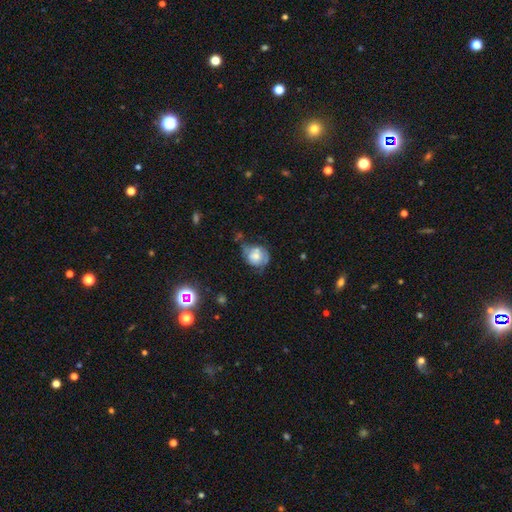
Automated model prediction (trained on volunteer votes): smooth_or_featured: smooth (p=0.53) [alt: featured or disk p=0.37]
how_rounded: round (p=0.66) [alt: in between p=0.33]
merging: none (p=0.36) [alt: minor disturbance p=0.32]